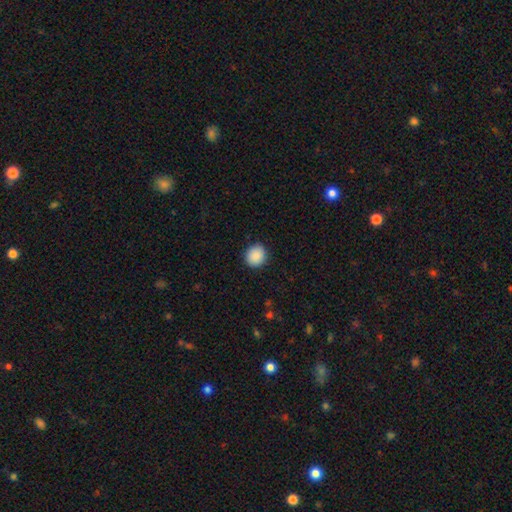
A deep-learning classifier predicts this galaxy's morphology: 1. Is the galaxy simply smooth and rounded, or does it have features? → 89% smooth, 8% star or artifact, 3% featured or disk.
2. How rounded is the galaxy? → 87% round, 12% in between, 1% cigar-shaped.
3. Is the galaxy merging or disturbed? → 90% none, 7% minor disturbance, 2% major disturbance, 1% merger.